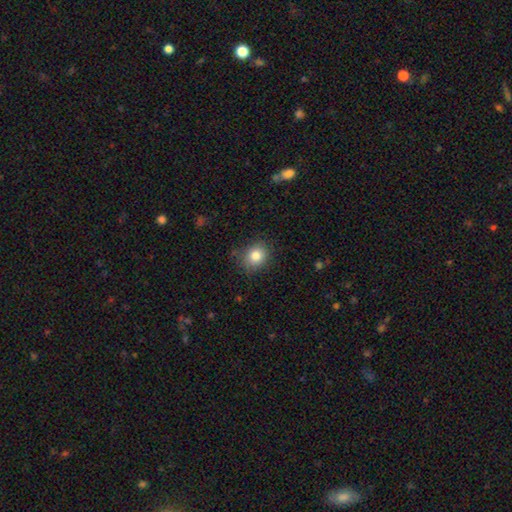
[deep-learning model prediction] Smooth or featured? Predicted: smooth (p=0.83). How rounded? Predicted: round (p=0.66). Merging? Predicted: none (p=0.79).